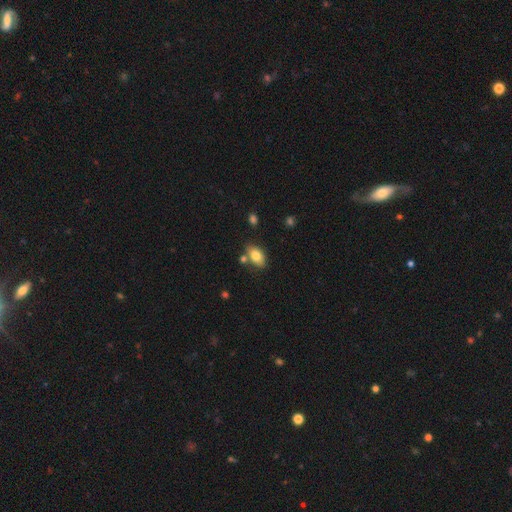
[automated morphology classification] smooth 80%, featured or disk 12%, star or artifact 8%. Down the decision tree: how rounded — in between (90%); merging — none (71%).